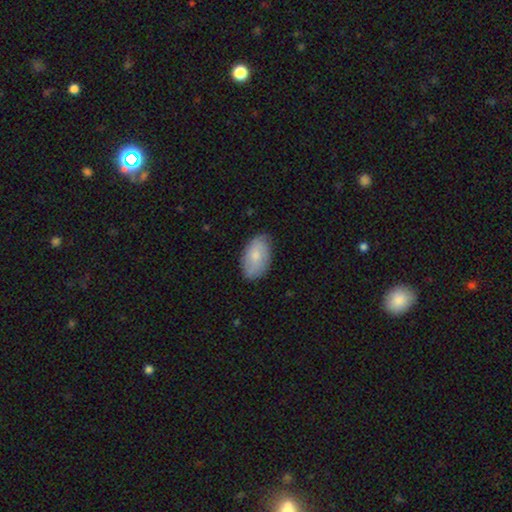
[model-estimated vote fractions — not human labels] A smooth galaxy with no disk features (73%) that is in between round and cigar-shaped (93%).

Vote fractions:
- Smooth or featured? smooth: 73% / featured or disk: 21% / star or artifact: 6%
- How rounded? in between: 93% / round: 5% / cigar-shaped: 2%
- Merging? none: 78% / minor disturbance: 18% / major disturbance: 3% / merger: 1%